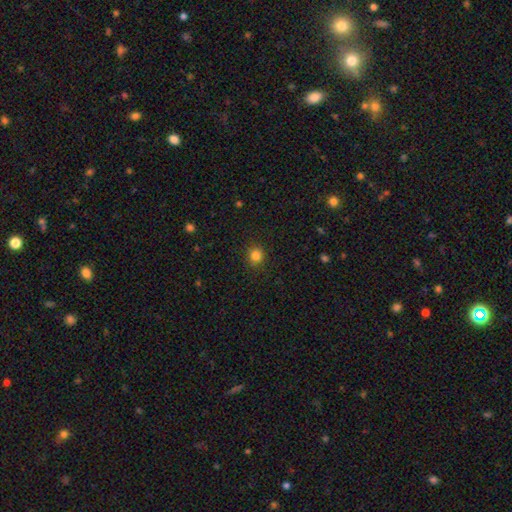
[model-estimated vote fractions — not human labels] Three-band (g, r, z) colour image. It shows a smooth galaxy with no disk features (83%) that is round (87%). Merging: none (90%).